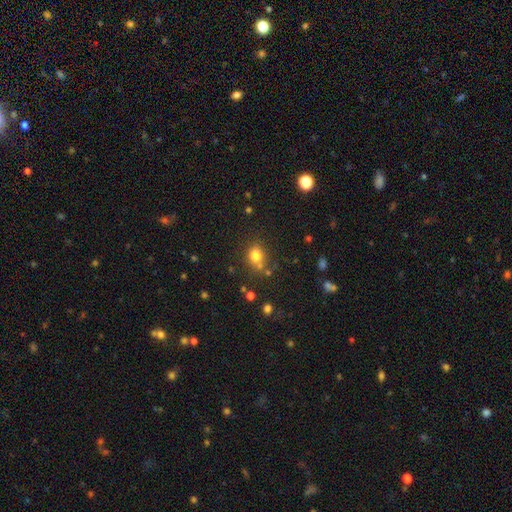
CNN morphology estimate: Smooth or featured? smooth (77%)
How rounded? round (66%)
Merging? none (62%)